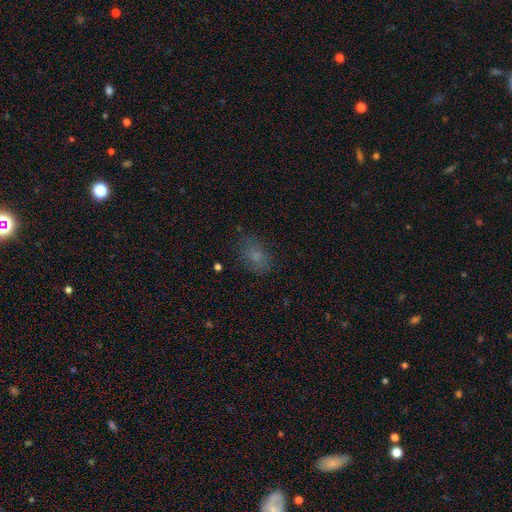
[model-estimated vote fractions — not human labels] smooth-or-featured: smooth: 73% | star or artifact: 14% | featured or disk: 13%
  how-rounded: in between: 79% | round: 19% | cigar-shaped: 2%
  merging: none: 73% | minor disturbance: 19% | major disturbance: 7% | merger: 2%